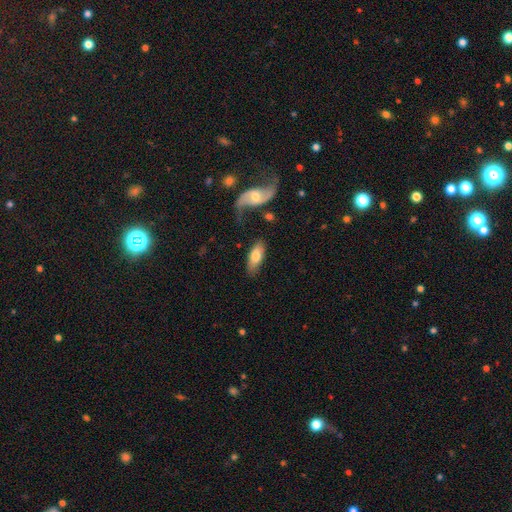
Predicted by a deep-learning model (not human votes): This is likely a smooth galaxy (70%). How rounded: clearly in between (80%). Merging: likely none (68%).